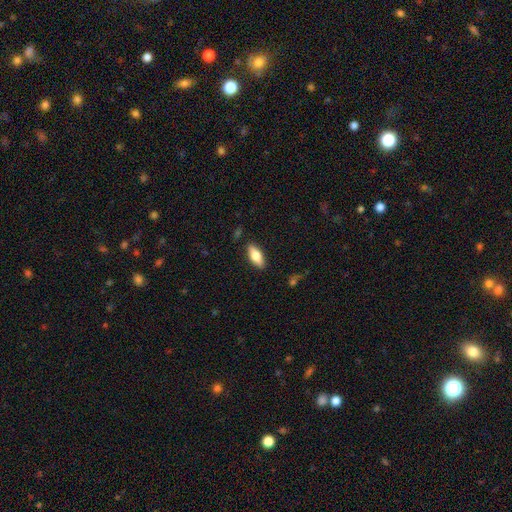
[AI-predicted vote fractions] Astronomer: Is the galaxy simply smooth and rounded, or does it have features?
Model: smooth — 71%.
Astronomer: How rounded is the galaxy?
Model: in between — 79%.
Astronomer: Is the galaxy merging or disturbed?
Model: none — 87%.